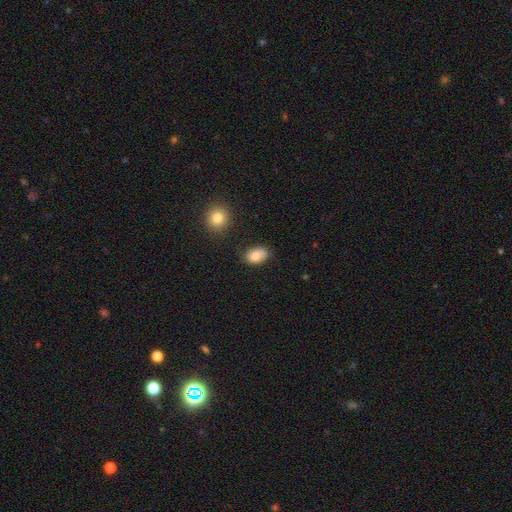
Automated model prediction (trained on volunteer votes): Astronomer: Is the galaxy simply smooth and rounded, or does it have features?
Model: smooth — 82%.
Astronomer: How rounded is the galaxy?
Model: in between — 82%.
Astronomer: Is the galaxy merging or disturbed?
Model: none — 76%.